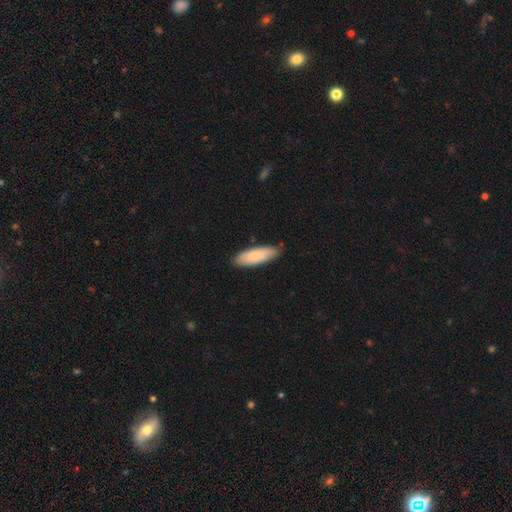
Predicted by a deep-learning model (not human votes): Q: Smooth or featured?
A: smooth (81%); runner-up: featured or disk (14%)
Q: How rounded?
A: in between (59%); runner-up: cigar-shaped (40%)
Q: Merging?
A: none (84%); runner-up: minor disturbance (13%)